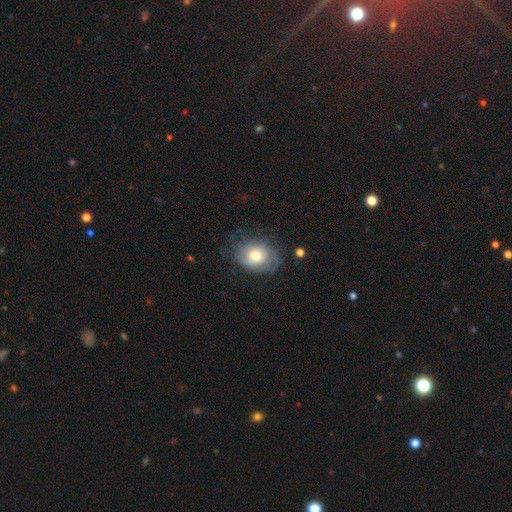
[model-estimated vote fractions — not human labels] A smooth galaxy with no disk features (60%) that is in between round and cigar-shaped (56%).

Vote fractions:
- Smooth or featured? smooth: 60% / featured or disk: 31% / star or artifact: 8%
- How rounded? in between: 56% / round: 43% / cigar-shaped: 1%
- Merging? none: 60% / minor disturbance: 26% / major disturbance: 13% / merger: 2%